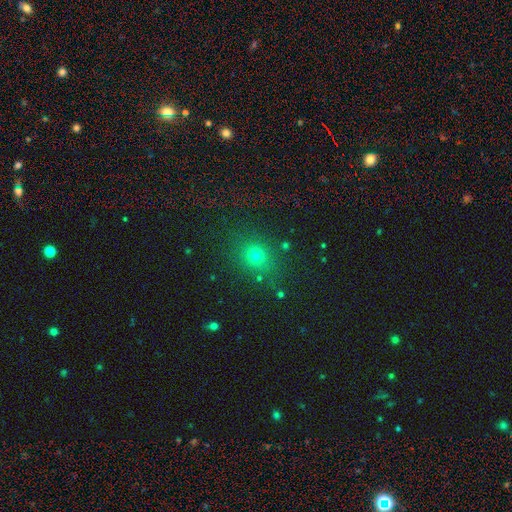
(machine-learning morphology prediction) A smooth galaxy with no disk features (70%) that is round (76%). Merging: none (83%).